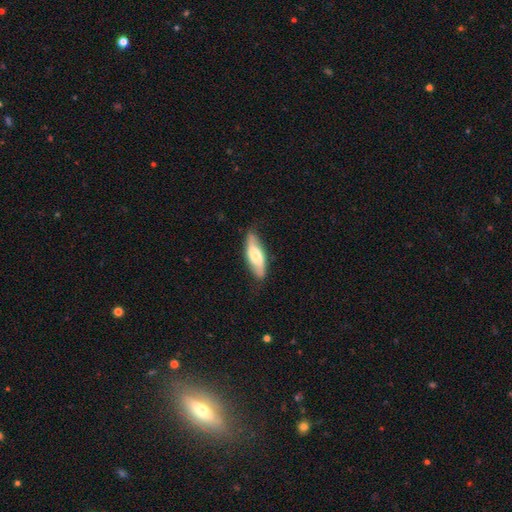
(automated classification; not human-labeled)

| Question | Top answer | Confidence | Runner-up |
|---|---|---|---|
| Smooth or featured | smooth | 54% | featured or disk (41%) |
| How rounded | in between | 57% | cigar-shaped (41%) |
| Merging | none | 77% | minor disturbance (19%) |